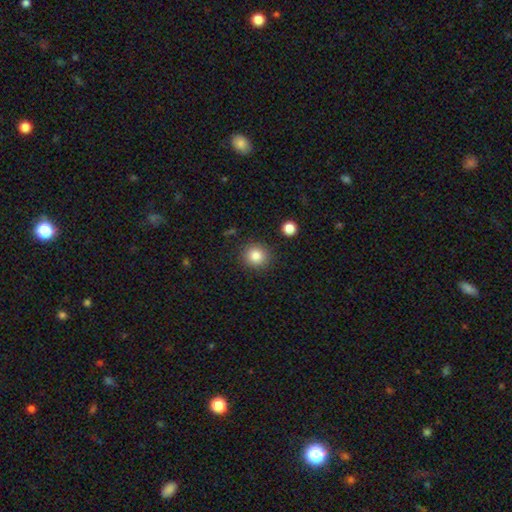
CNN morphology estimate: Overall: smooth (85%). How rounded: round (88%). Merging: none (88%).